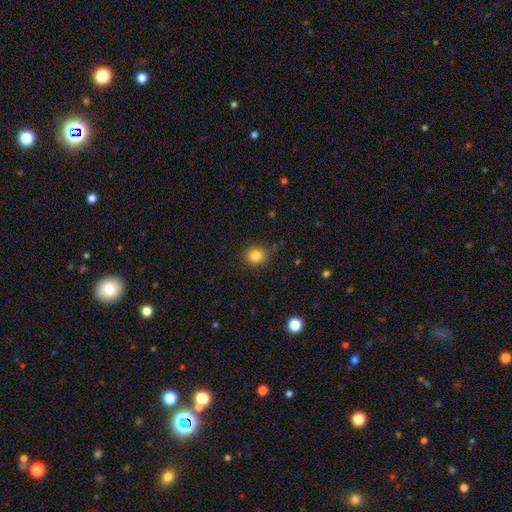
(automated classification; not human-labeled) Smooth or featured? Predicted: smooth (p=0.83). How rounded? Predicted: round (p=0.82). Merging? Predicted: none (p=0.83).